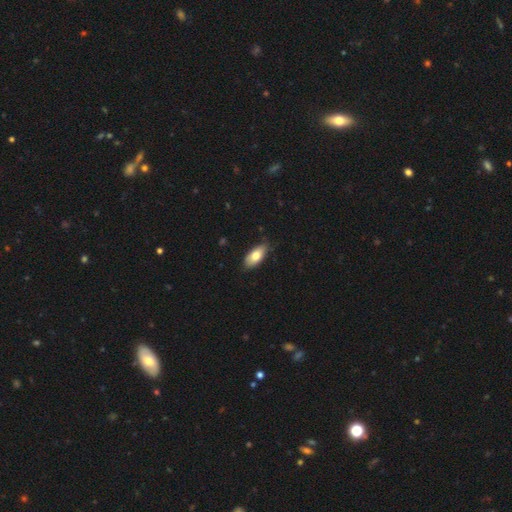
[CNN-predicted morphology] Smooth or featured? Predicted: smooth (p=0.77). How rounded? Predicted: in between (p=0.88). Merging? Predicted: none (p=0.79).